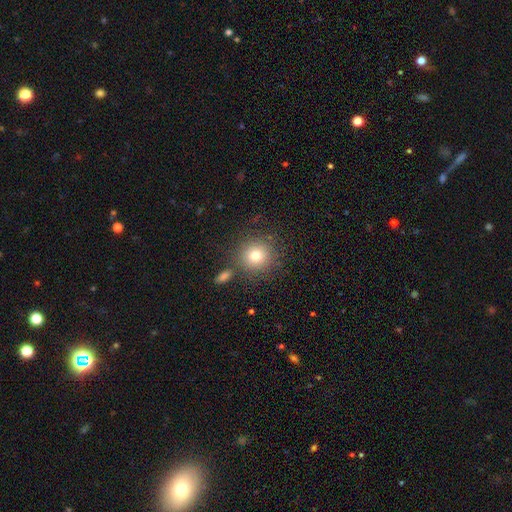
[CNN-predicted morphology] Overall: smooth (77%). How rounded: round (91%). Merging: none (80%).